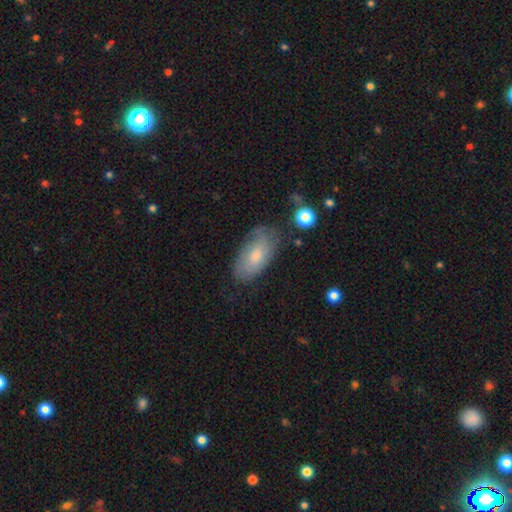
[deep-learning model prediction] Smooth or featured?
  - smooth: 58% *
  - featured or disk: 35%
  - star or artifact: 7%
How rounded?
  - in between: 91% *
  - cigar-shaped: 5%
  - round: 3%
Merging?
  - none: 69% *
  - minor disturbance: 23%
  - major disturbance: 6%
  - merger: 2%